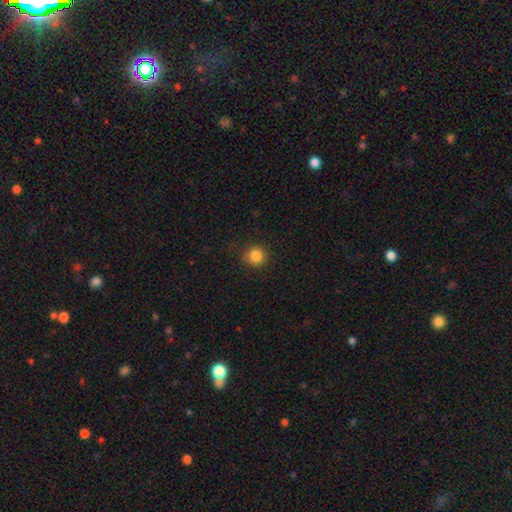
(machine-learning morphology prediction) smooth-or-featured: smooth: 84% | star or artifact: 11% | featured or disk: 5%
  how-rounded: round: 92% | in between: 8% | cigar-shaped: 1%
  merging: none: 86% | minor disturbance: 10% | major disturbance: 3% | merger: 1%